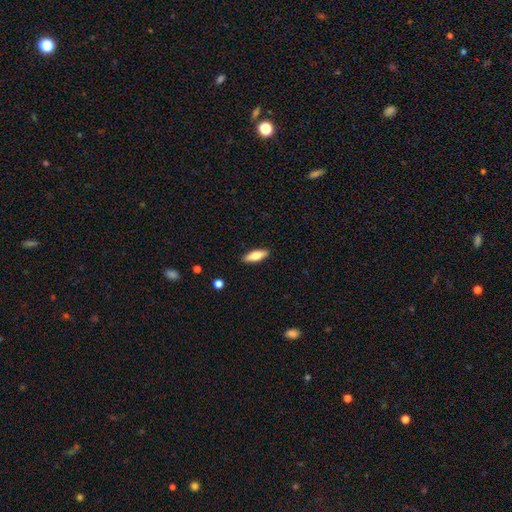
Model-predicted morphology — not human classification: smooth 70%, featured or disk 24%, star or artifact 6%. Down the decision tree: how rounded — in between (58%); merging — none (90%).